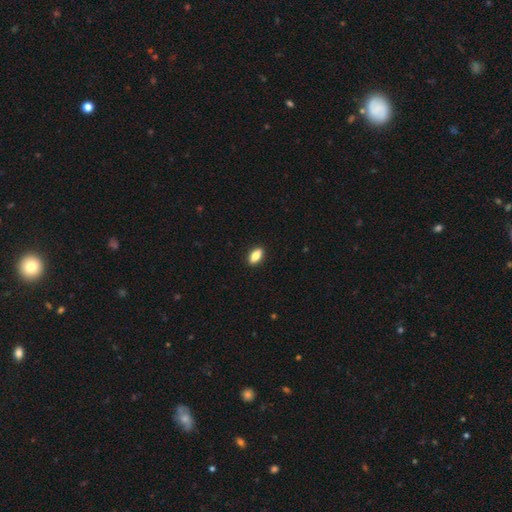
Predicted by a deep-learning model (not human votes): A smooth galaxy with no disk features (81%) that is in between round and cigar-shaped (85%).

Vote fractions:
- Smooth or featured? smooth: 81% / featured or disk: 11% / star or artifact: 7%
- How rounded? in between: 85% / cigar-shaped: 10% / round: 5%
- Merging? none: 90% / minor disturbance: 7% / major disturbance: 2% / merger: 1%